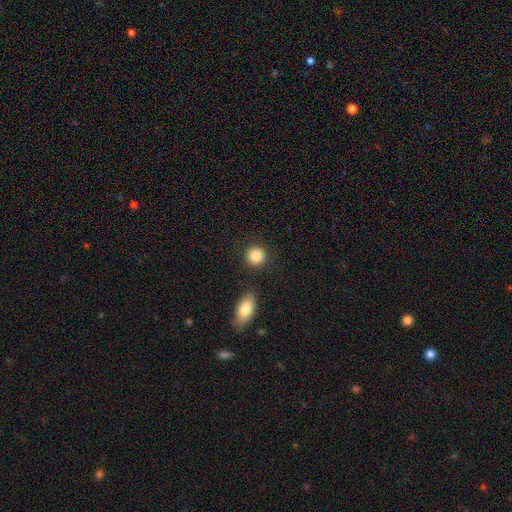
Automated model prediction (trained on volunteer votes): This appears to be a smooth galaxy with no disk features (86%) that is round (89%). Merging: none (86%).